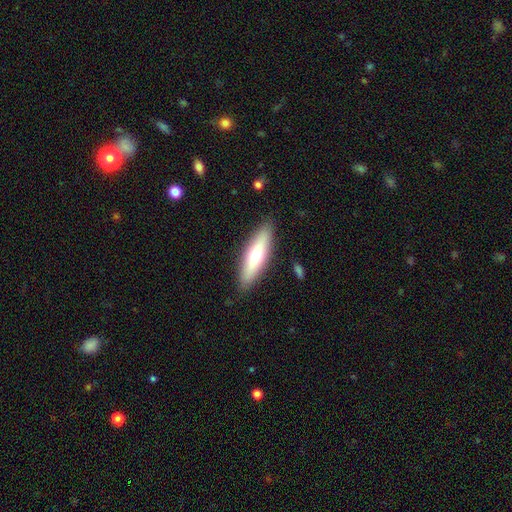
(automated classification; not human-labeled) The model was most divided on "smooth or featured": smooth: 57%, featured or disk: 37%, star or artifact: 6%. More confident: merging — none (88%); how rounded — cigar-shaped (63%).